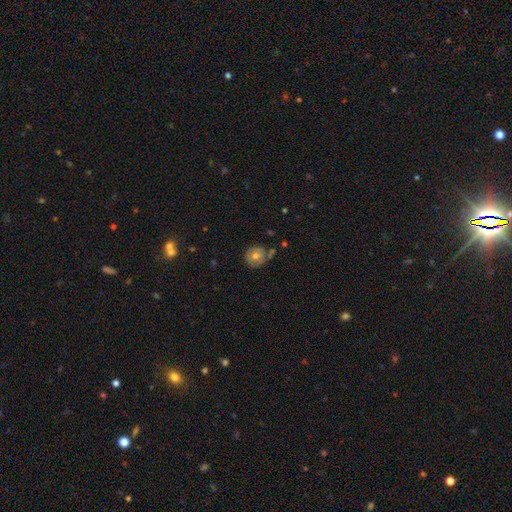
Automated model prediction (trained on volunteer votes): A smooth galaxy with no disk features (56%) that is round (87%). Merging: none (71%).